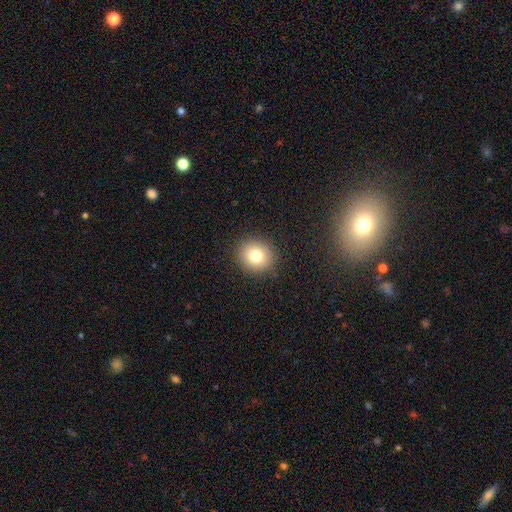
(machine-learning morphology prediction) smooth-or-featured: smooth: 77% | star or artifact: 12% | featured or disk: 11%
  how-rounded: round: 85% | in between: 14% | cigar-shaped: 1%
  merging: none: 90% | minor disturbance: 7% | major disturbance: 3% | merger: 1%